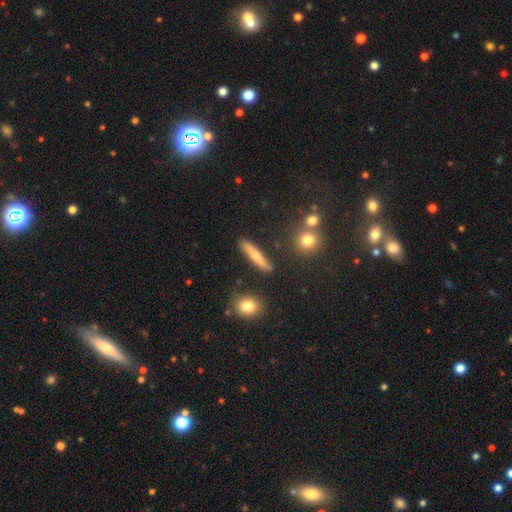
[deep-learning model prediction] Smooth or featured: smooth — 55% (featured or disk — 37%)
How rounded: cigar-shaped — 84% (in between — 11%)
Merging: none — 86% (minor disturbance — 8%)